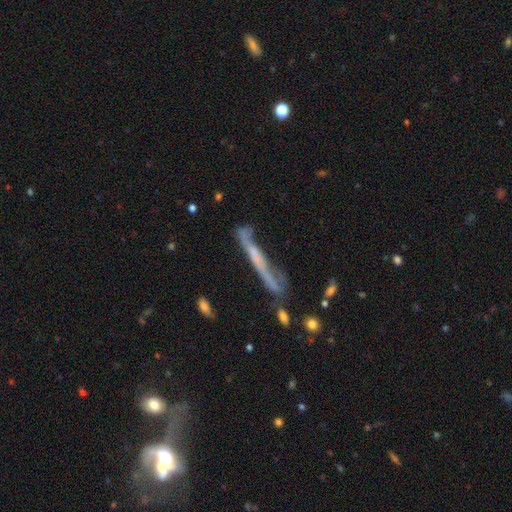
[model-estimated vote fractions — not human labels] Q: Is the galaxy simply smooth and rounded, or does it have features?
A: featured or disk — 59%.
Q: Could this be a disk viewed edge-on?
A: yes — 84%.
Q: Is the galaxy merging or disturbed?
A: none — 56%.